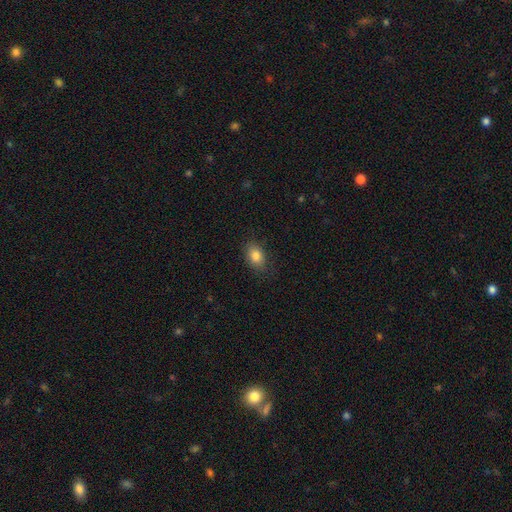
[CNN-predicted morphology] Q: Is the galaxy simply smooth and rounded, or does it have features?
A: smooth — 84%.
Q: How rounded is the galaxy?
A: in between — 83%.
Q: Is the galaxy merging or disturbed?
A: none — 83%.